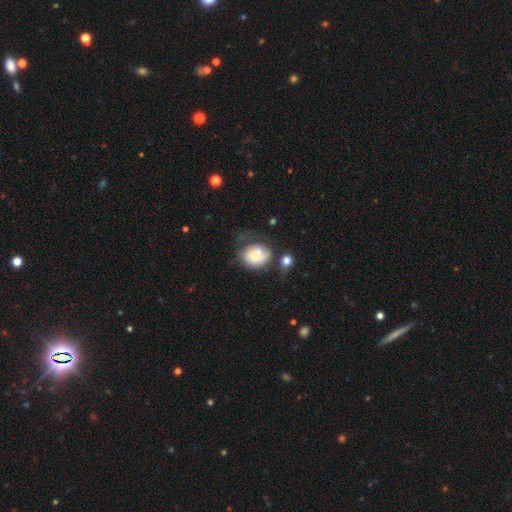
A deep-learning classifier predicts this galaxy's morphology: smooth-or-featured: smooth: 62% | featured or disk: 29% | star or artifact: 9%
  how-rounded: round: 61% | in between: 38% | cigar-shaped: 1%
  merging: none: 37% | minor disturbance: 27% | major disturbance: 19% | merger: 18%